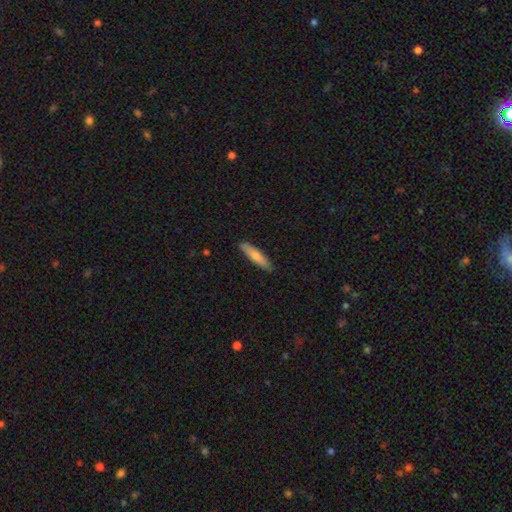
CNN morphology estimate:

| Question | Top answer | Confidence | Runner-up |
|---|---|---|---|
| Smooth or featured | smooth | 72% | featured or disk (23%) |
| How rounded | cigar-shaped | 81% | in between (18%) |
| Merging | none | 87% | minor disturbance (10%) |